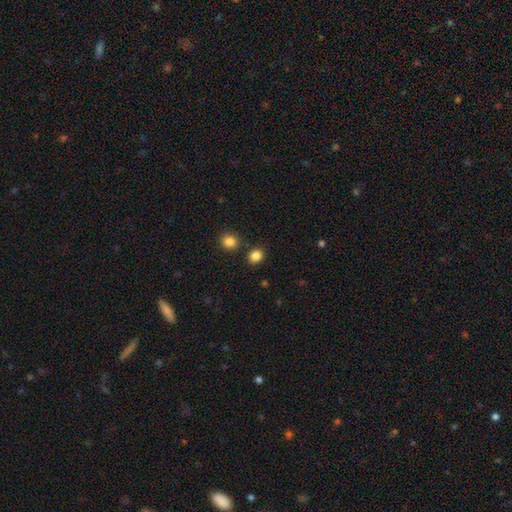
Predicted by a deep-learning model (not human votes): A smooth galaxy with no disk features (84%) that is round (64%).

Vote fractions:
- Smooth or featured? smooth: 84% / star or artifact: 12% / featured or disk: 4%
- How rounded? round: 64% / in between: 35% / cigar-shaped: 1%
- Merging? none: 82% / minor disturbance: 8% / merger: 7% / major disturbance: 3%